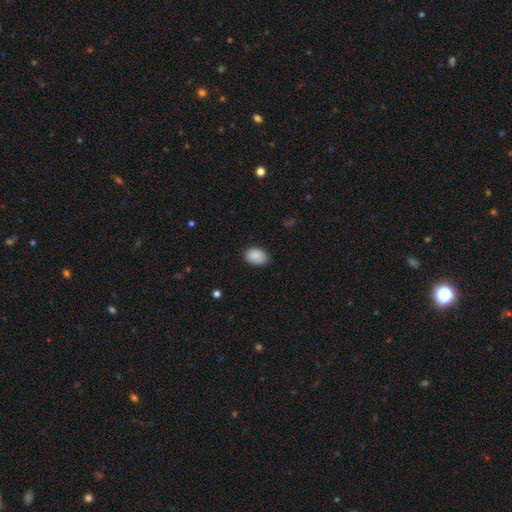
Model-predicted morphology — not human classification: type=smooth (88%); roundness=in between (77%); merging=none (81%).